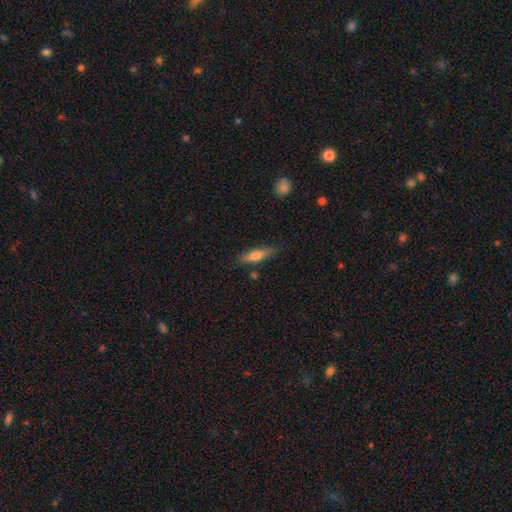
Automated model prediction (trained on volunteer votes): A smooth galaxy with no disk features (64%) that is cigar-shaped (60%).

Vote fractions:
- Smooth or featured? smooth: 64% / featured or disk: 29% / star or artifact: 7%
- How rounded? cigar-shaped: 60% / in between: 37% / round: 3%
- Merging? none: 78% / minor disturbance: 15% / major disturbance: 3% / merger: 3%